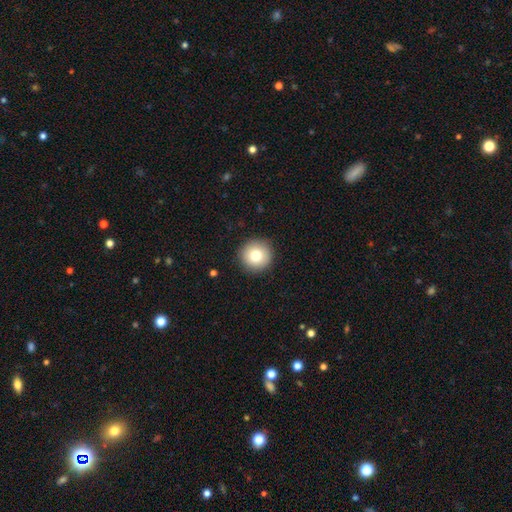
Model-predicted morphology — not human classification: A smooth galaxy with no disk features (77%) that is round (95%). Merging: none (91%).